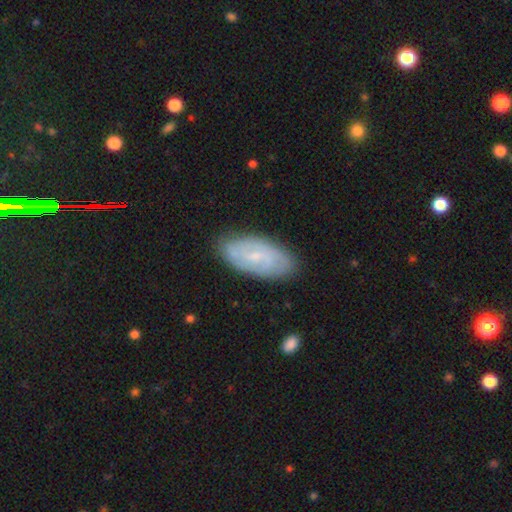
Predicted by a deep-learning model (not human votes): The model was most divided on "bar": weak: 50%, no: 40%, strong: 10%. More confident: edge-on disk — no (93%); spiral arms — yes (82%); merging — none (82%); bulge size — small (69%); smooth or featured — featured or disk (61%).